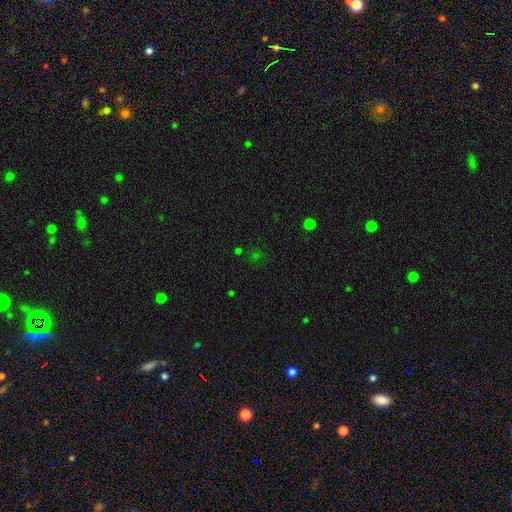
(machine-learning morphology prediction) Smooth or featured? Predicted: star or artifact (p=0.57).